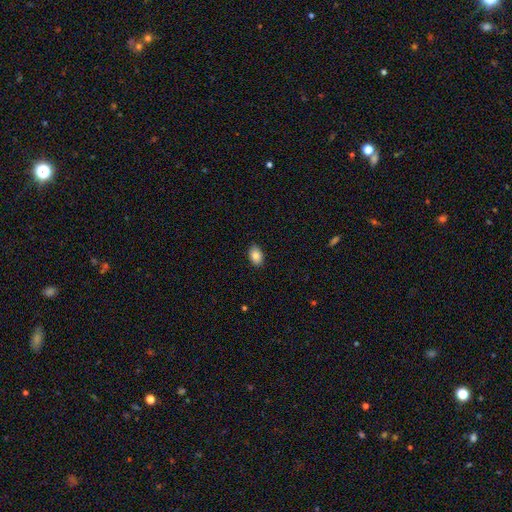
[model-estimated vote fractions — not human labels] smooth-or-featured: smooth: 85% | star or artifact: 8% | featured or disk: 7%
  how-rounded: in between: 89% | round: 10% | cigar-shaped: 1%
  merging: none: 89% | minor disturbance: 9% | major disturbance: 2% | merger: 1%